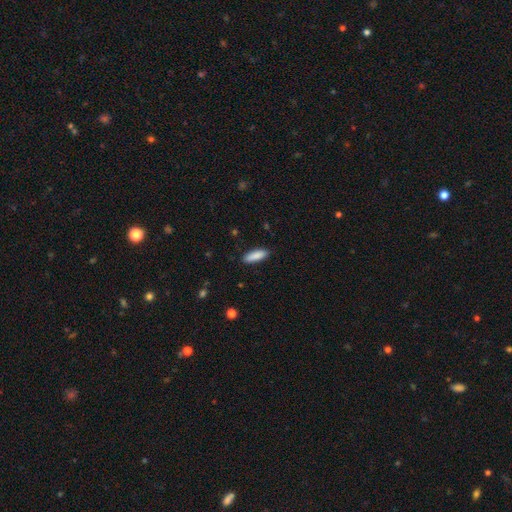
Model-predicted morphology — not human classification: A smooth galaxy with no disk features (89%) that is in between round and cigar-shaped (53%).

Vote fractions:
- Smooth or featured? smooth: 89% / star or artifact: 6% / featured or disk: 5%
- How rounded? in between: 53% / cigar-shaped: 46% / round: 2%
- Merging? none: 89% / minor disturbance: 8% / major disturbance: 2% / merger: 1%